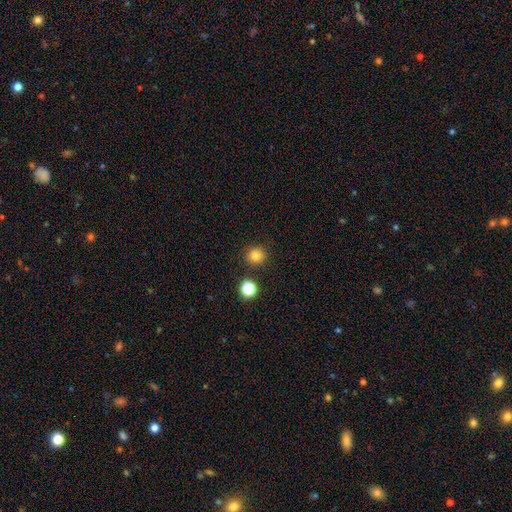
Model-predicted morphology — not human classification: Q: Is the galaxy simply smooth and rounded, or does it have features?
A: smooth — 80%.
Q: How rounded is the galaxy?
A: round — 93%.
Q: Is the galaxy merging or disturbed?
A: none — 89%.